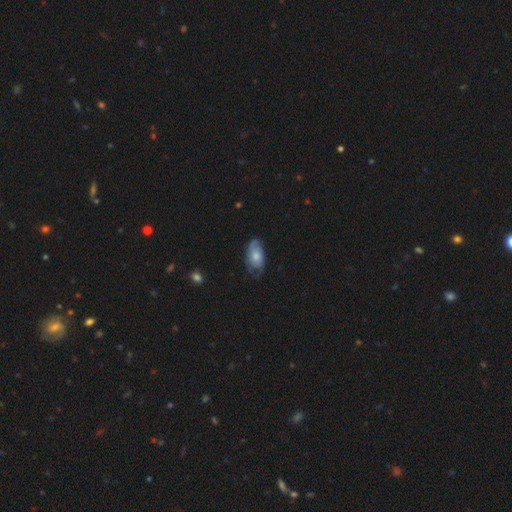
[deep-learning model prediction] Q: Smooth or featured?
A: featured or disk (48%); runner-up: smooth (45%)
Q: Merging?
A: none (56%); runner-up: minor disturbance (30%)